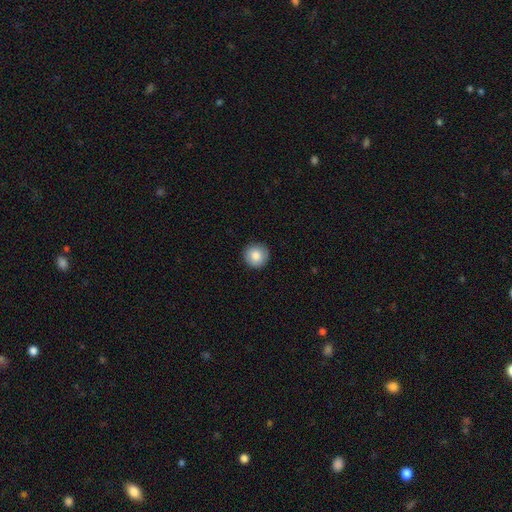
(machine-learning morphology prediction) Smooth or featured: smooth — 84% (star or artifact — 8%)
How rounded: round — 95% (in between — 4%)
Merging: none — 92% (minor disturbance — 6%)